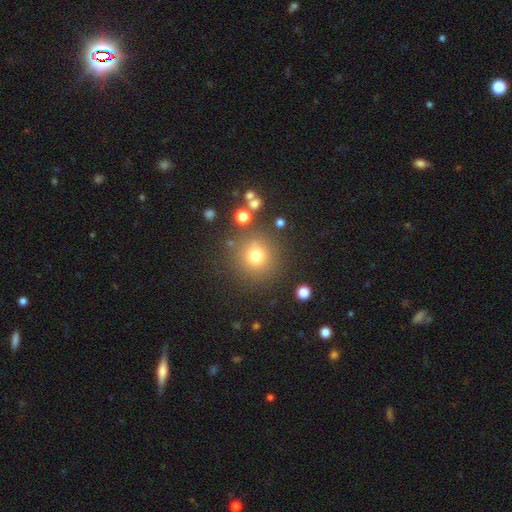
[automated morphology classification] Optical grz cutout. It shows a smooth galaxy with no disk features (74%) that is round (94%). Merging: none (84%).